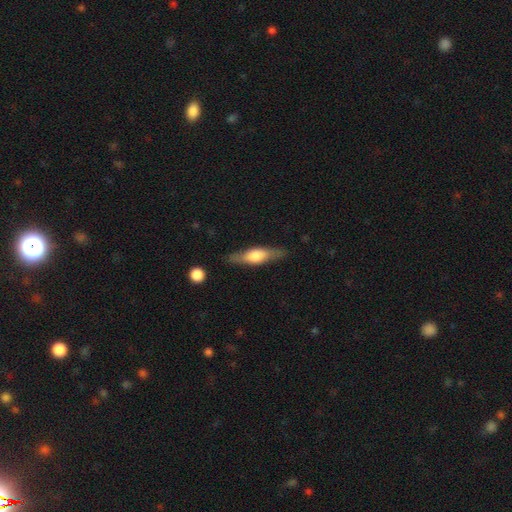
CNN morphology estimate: Smooth or featured?
  - featured or disk: 48% *
  - smooth: 46%
  - star or artifact: 6%
Merging?
  - none: 81% *
  - minor disturbance: 13%
  - major disturbance: 4%
  - merger: 2%